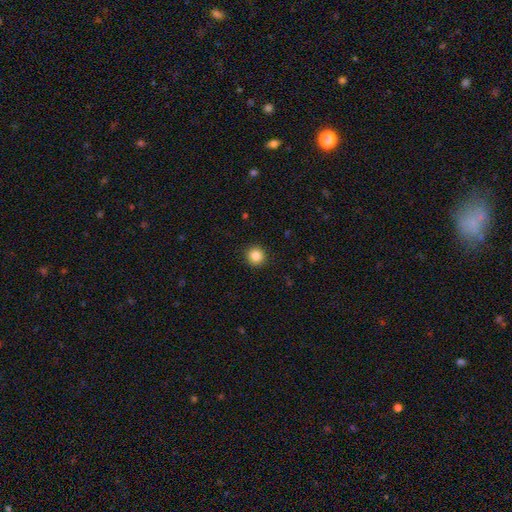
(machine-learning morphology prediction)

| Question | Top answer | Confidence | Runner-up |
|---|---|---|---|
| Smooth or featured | smooth | 86% | star or artifact (10%) |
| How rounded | round | 94% | in between (5%) |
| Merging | none | 92% | minor disturbance (5%) |